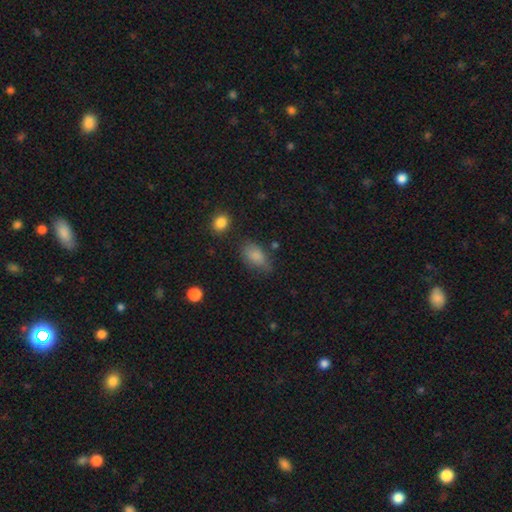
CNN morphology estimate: type=smooth (83%); roundness=in between (87%); merging=none (57%).